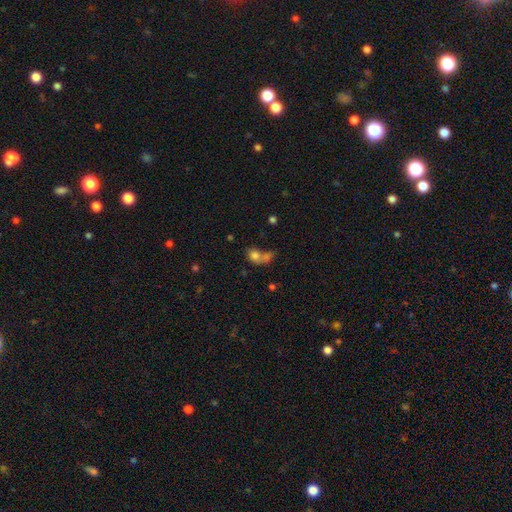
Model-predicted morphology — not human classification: This is likely a smooth galaxy (76%). How rounded: possibly in between (56%). Merging: possibly merger (56%).